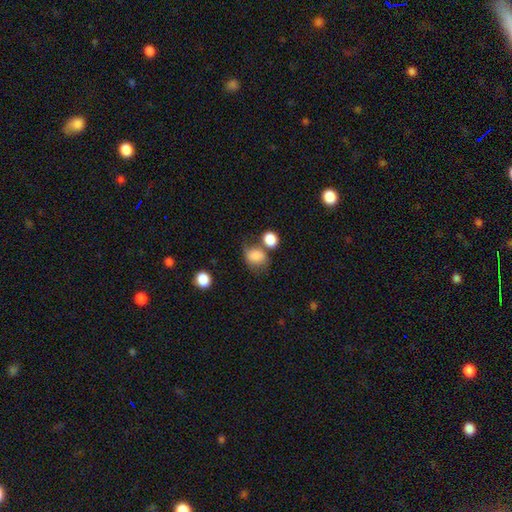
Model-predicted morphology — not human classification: smooth-or-featured: smooth: 82% | star or artifact: 10% | featured or disk: 8%
  how-rounded: round: 53% | in between: 46% | cigar-shaped: 1%
  merging: none: 43% | merger: 24% | minor disturbance: 21% | major disturbance: 11%